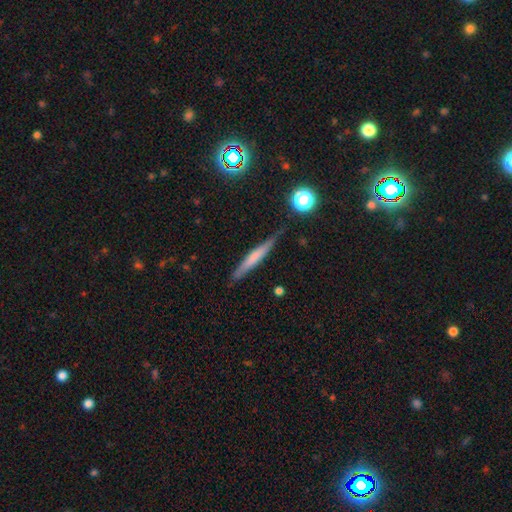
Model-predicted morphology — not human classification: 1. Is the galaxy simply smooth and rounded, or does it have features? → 50% smooth, 41% featured or disk, 9% star or artifact.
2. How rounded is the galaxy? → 94% cigar-shaped, 4% in between, 2% round.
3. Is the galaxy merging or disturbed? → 85% none, 11% minor disturbance, 2% major disturbance, 2% merger.